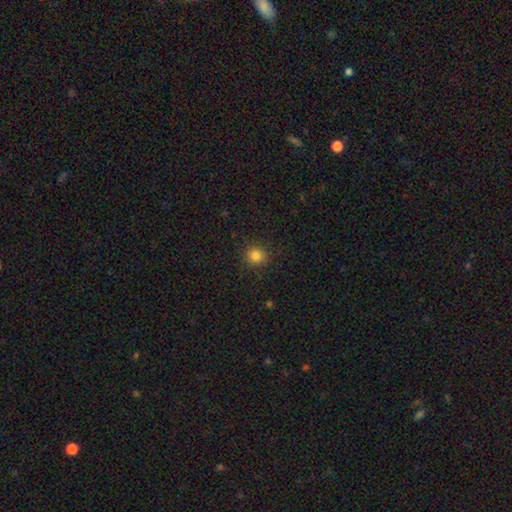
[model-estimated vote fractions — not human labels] smooth_or_featured: smooth (p=0.83) [alt: star or artifact p=0.12]
how_rounded: round (p=0.84) [alt: in between p=0.15]
merging: none (p=0.88) [alt: minor disturbance p=0.08]